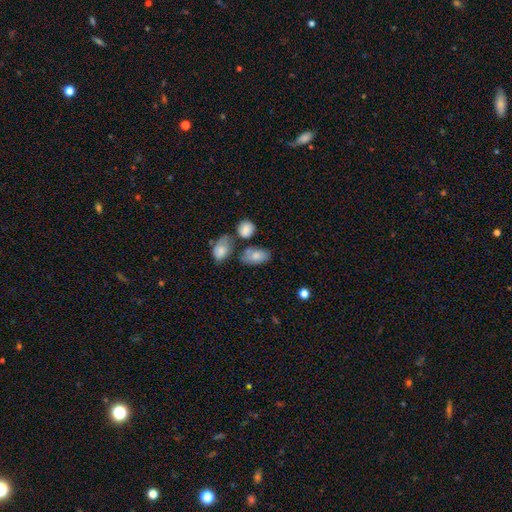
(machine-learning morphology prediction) Q: Smooth or featured?
A: smooth (76%); runner-up: featured or disk (17%)
Q: How rounded?
A: in between (91%); runner-up: round (7%)
Q: Merging?
A: none (54%); runner-up: minor disturbance (20%)